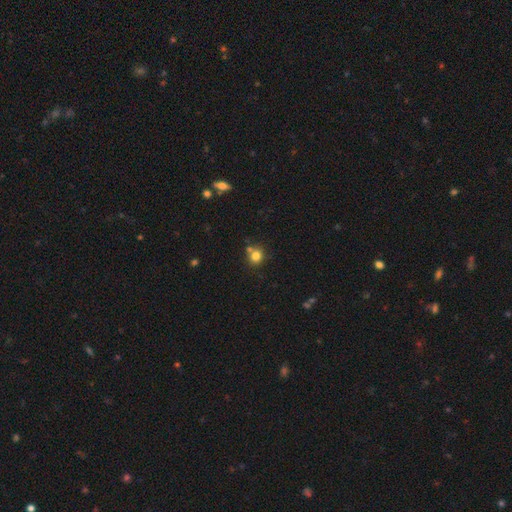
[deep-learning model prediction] Morphology: type=smooth (80%); roundness=round (86%); merging=none (68%).